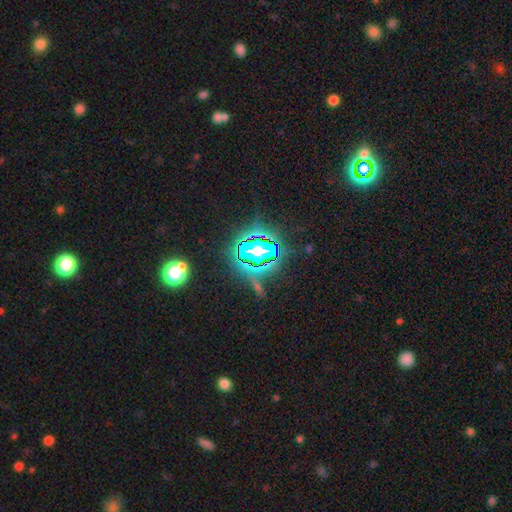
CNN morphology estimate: star or artifact 80%, smooth 11%, featured or disk 9%.